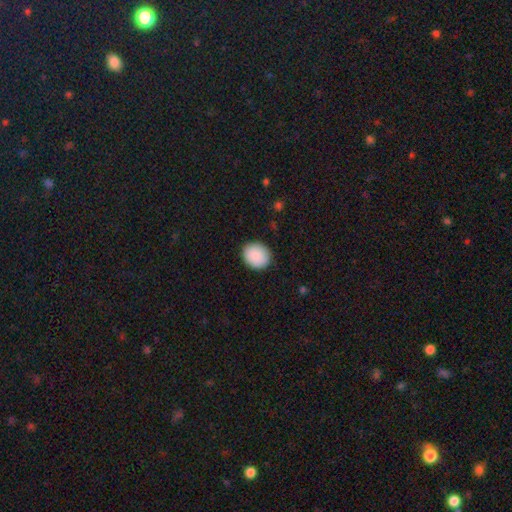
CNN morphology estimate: A smooth galaxy with no disk features (90%) that is round (70%).

Vote fractions:
- Smooth or featured? smooth: 90% / star or artifact: 7% / featured or disk: 3%
- How rounded? round: 70% / in between: 30% / cigar-shaped: 1%
- Merging? none: 89% / minor disturbance: 8% / major disturbance: 2% / merger: 1%